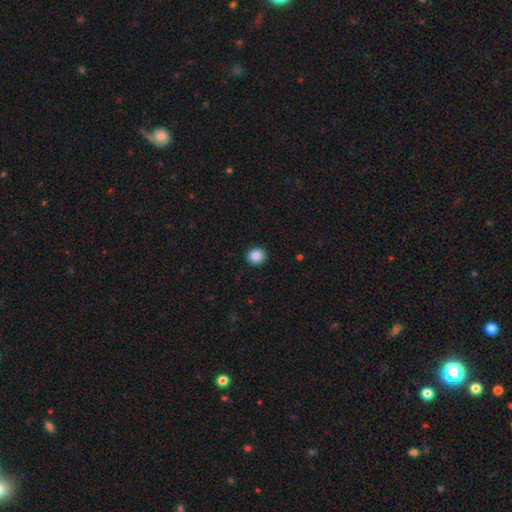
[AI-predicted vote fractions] A smooth galaxy with no disk features (85%) that is round (89%). Merging: none (93%).